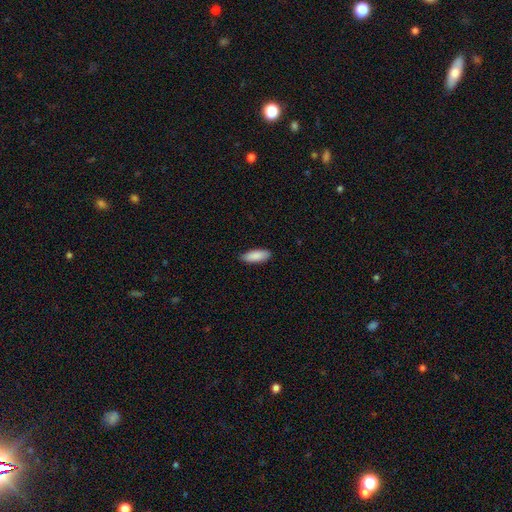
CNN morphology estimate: Smooth or featured? Predicted: smooth (p=0.89). How rounded? Predicted: in between (p=0.74). Merging? Predicted: none (p=0.86).